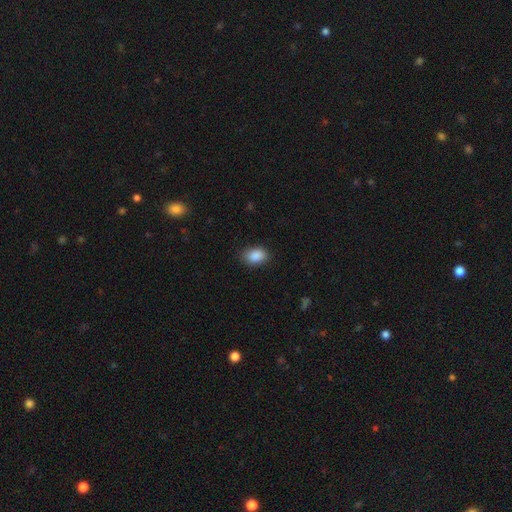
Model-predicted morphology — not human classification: type=smooth (89%); roundness=in between (81%); merging=none (83%).